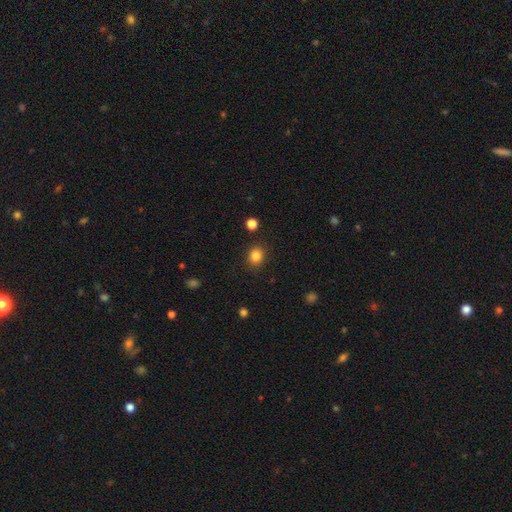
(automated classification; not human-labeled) The model was most divided on "how rounded": round: 69%, in between: 30%, cigar-shaped: 1%. More confident: merging — none (88%); smooth or featured — smooth (84%).